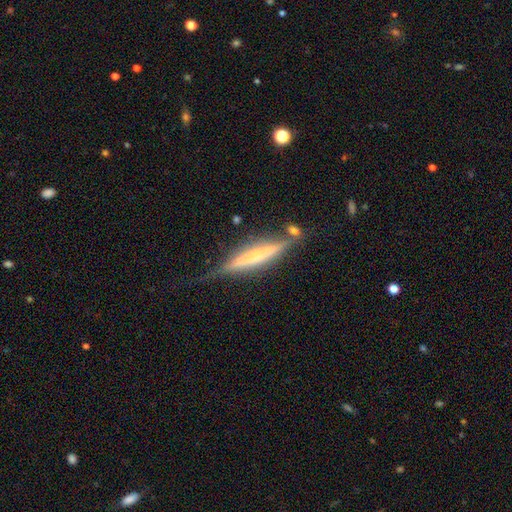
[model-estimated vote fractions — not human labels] featured or disk 62%, smooth 31%, star or artifact 7%. Down the decision tree: edge-on disk — yes (94%); edge-on bulge — rounded (44%); merging — none (67%).